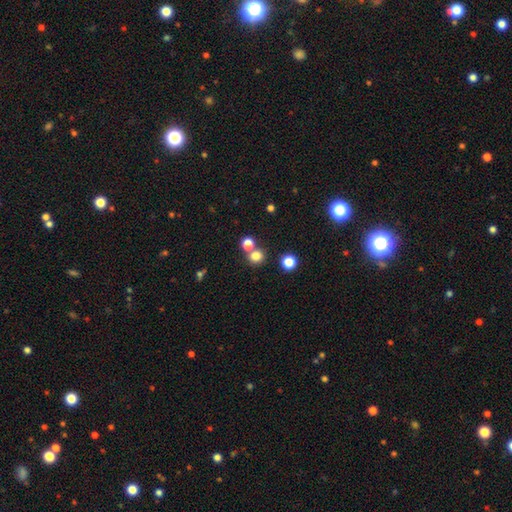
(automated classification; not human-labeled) This is likely a smooth galaxy (77%). How rounded: clearly round (81%). Merging: likely none (63%).